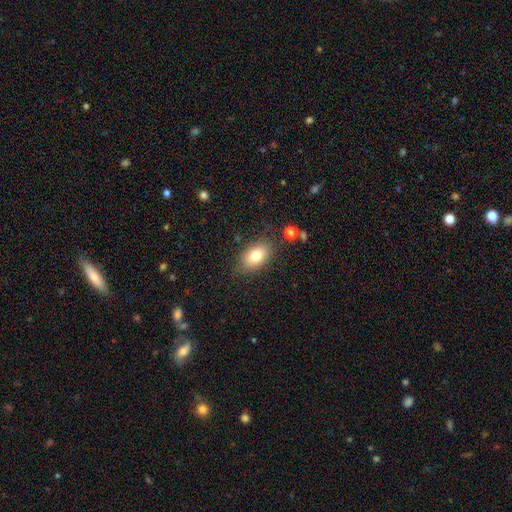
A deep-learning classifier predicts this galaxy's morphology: Overall: smooth (79%). How rounded: in between (88%). Merging: none (78%).